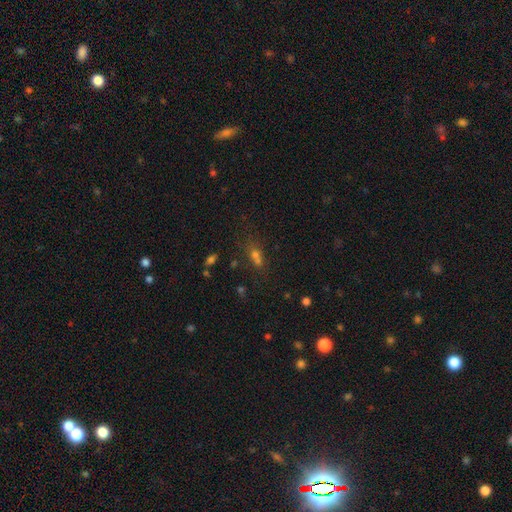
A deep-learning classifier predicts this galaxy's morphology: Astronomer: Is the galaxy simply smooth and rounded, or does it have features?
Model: smooth — 54% (runner-up: star or artifact, 32%).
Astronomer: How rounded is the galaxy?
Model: in between — 50% (runner-up: round, 39%).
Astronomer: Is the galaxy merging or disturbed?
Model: none — 47% (runner-up: merger, 30%).